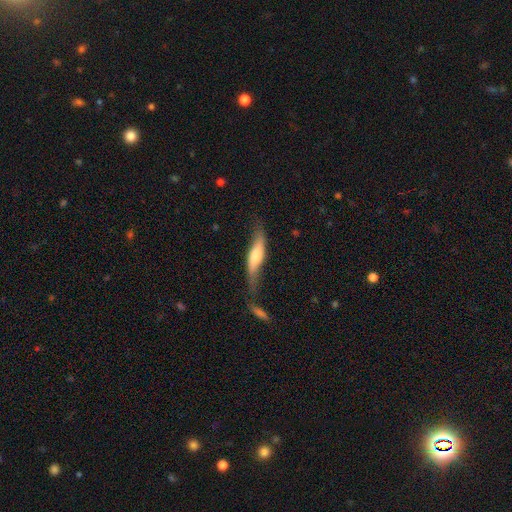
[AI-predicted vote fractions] Smooth or featured?
  - featured or disk: 51% *
  - smooth: 43%
  - star or artifact: 6%
Edge-on disk?
  - yes: 65% *
  - no: 35%
Merging?
  - none: 44% *
  - minor disturbance: 27%
  - merger: 15%
  - major disturbance: 14%